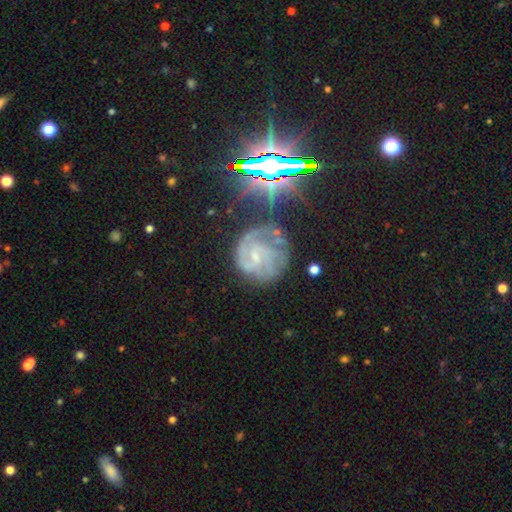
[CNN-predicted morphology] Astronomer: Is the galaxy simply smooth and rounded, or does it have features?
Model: featured or disk — 75%.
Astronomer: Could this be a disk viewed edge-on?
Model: no — 98%.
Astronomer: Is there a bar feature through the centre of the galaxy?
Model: no — 47% (runner-up: weak, 43%).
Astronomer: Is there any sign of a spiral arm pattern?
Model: yes — 93%.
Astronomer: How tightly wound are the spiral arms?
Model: tight — 53% (runner-up: medium, 37%).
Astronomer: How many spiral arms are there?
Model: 2 — 32% (runner-up: 3, 27%).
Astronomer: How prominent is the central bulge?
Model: small — 65%.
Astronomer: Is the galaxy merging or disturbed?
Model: none — 63%.